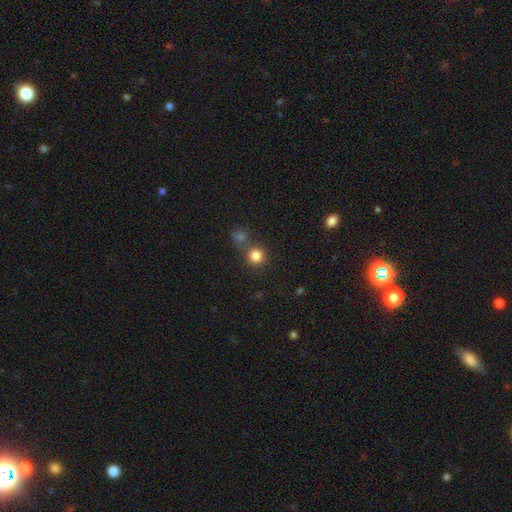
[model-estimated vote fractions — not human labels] The model was most divided on "merging": none: 69%, merger: 20%, minor disturbance: 8%, major disturbance: 3%. More confident: how rounded — round (93%); smooth or featured — smooth (82%).